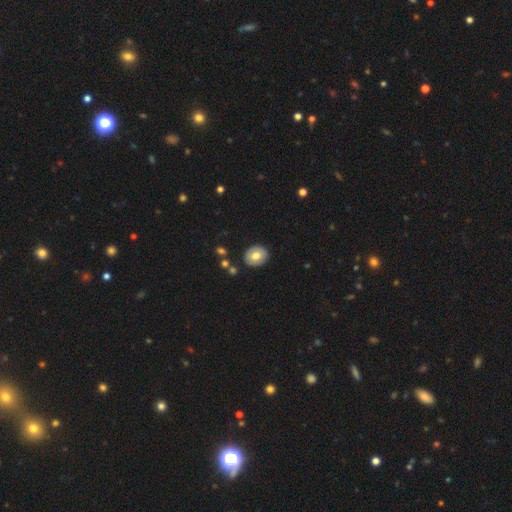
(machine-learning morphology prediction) Smooth or featured?
  - smooth: 72% *
  - featured or disk: 20%
  - star or artifact: 7%
How rounded?
  - in between: 52% *
  - round: 47%
  - cigar-shaped: 1%
Merging?
  - none: 87% *
  - minor disturbance: 8%
  - merger: 3%
  - major disturbance: 2%